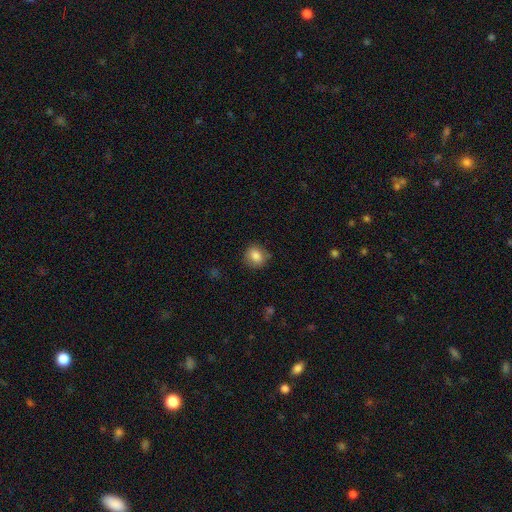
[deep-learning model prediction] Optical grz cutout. It shows a smooth galaxy with no disk features (84%) that is round (77%). Merging: none (80%).